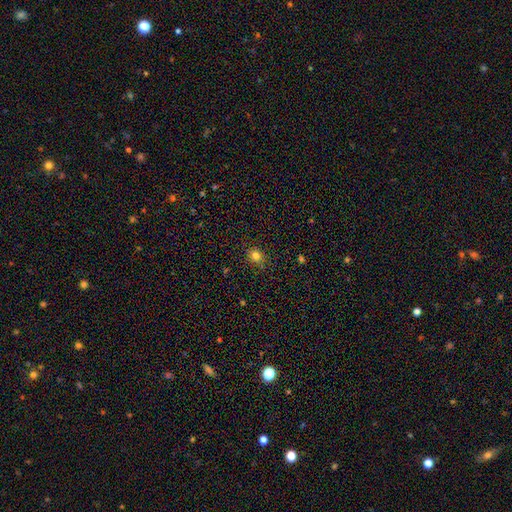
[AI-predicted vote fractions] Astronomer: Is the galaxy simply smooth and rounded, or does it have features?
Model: smooth — 80%.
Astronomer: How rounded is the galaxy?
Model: round — 64%.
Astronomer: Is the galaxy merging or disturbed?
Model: none — 86%.